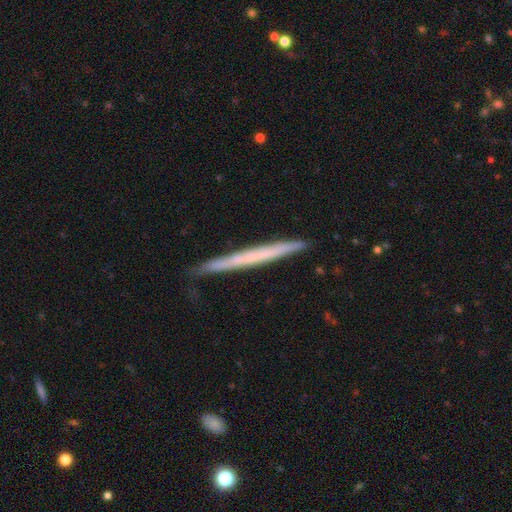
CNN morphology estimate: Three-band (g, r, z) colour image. It shows a featured or disk galaxy (52%) viewed edge-on (97%) with no central bulge (88%). Merging: none (86%).